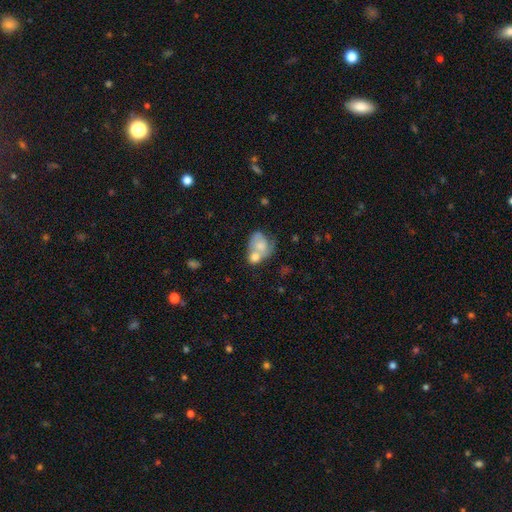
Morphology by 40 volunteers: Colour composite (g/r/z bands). It shows a featured or disk galaxy (60%) with no bar (77%), 1 (71%) medium (43%) spiral arms (64%) and a moderate central bulge (50%). Merging: merger (39%).